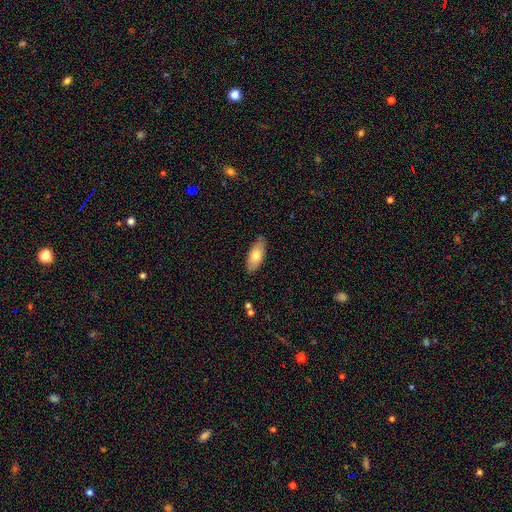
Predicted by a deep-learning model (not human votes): This appears to be a smooth galaxy with no disk features (71%) that is in between round and cigar-shaped (83%). Merging: none (83%).